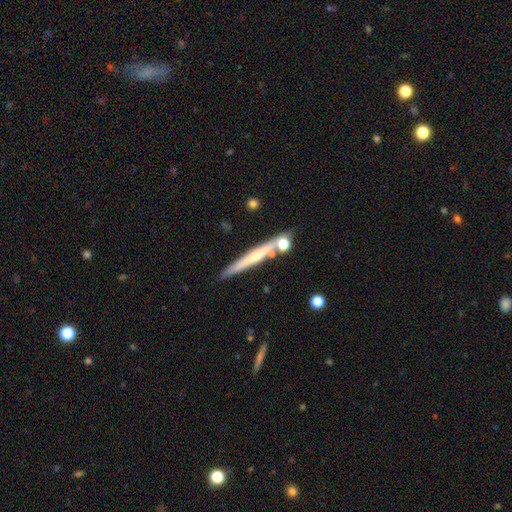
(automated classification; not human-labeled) Smooth or featured: featured or disk — 53% (smooth — 39%)
Edge-on disk: yes — 95% (no — 5%)
Edge-on bulge: rounded — 51% (none — 42%)
Merging: none — 76% (minor disturbance — 11%)